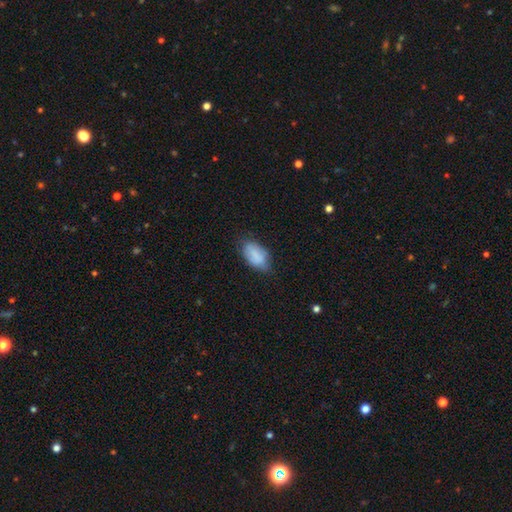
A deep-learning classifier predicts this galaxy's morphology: Smooth or featured?
  - smooth: 82% *
  - featured or disk: 11%
  - star or artifact: 7%
How rounded?
  - in between: 93% *
  - round: 4%
  - cigar-shaped: 2%
Merging?
  - none: 66% *
  - minor disturbance: 27%
  - major disturbance: 6%
  - merger: 1%